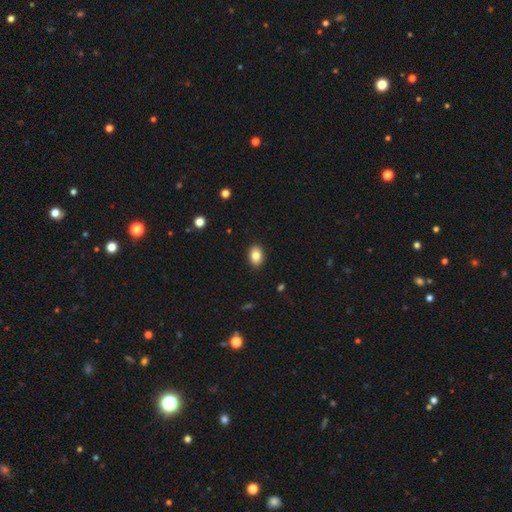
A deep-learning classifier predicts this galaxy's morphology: This appears to be a smooth galaxy with no disk features (83%) that is in between round and cigar-shaped (80%). Merging: none (90%).